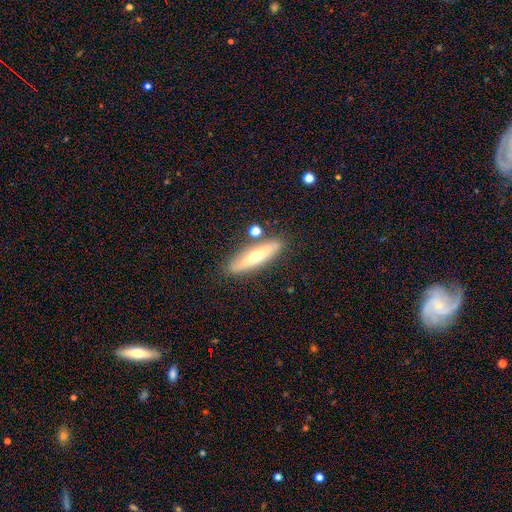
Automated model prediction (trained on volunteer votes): A smooth galaxy with no disk features (51%) that is cigar-shaped (67%). Merging: none (80%).